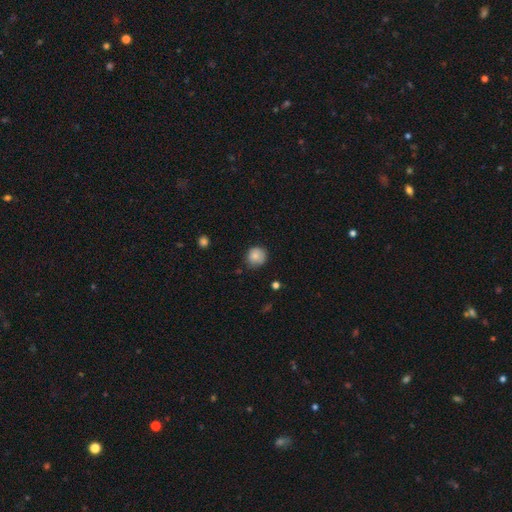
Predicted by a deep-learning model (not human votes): A smooth galaxy with no disk features (83%) that is round (87%).

Vote fractions:
- Smooth or featured? smooth: 83% / featured or disk: 9% / star or artifact: 9%
- How rounded? round: 87% / in between: 12% / cigar-shaped: 1%
- Merging? none: 77% / minor disturbance: 19% / major disturbance: 3% / merger: 2%